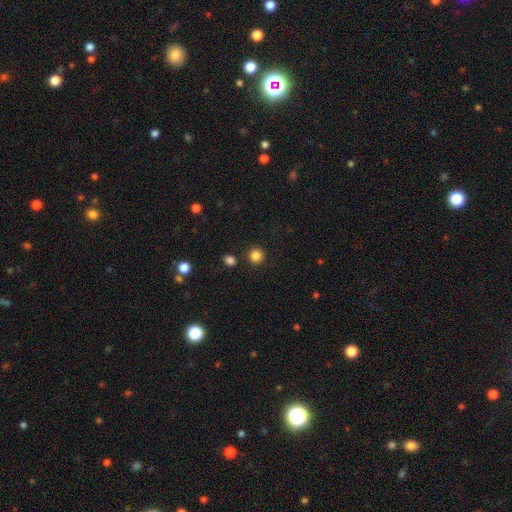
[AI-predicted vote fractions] smooth 85%, star or artifact 12%, featured or disk 4%. Down the decision tree: how rounded — round (94%); merging — none (88%).